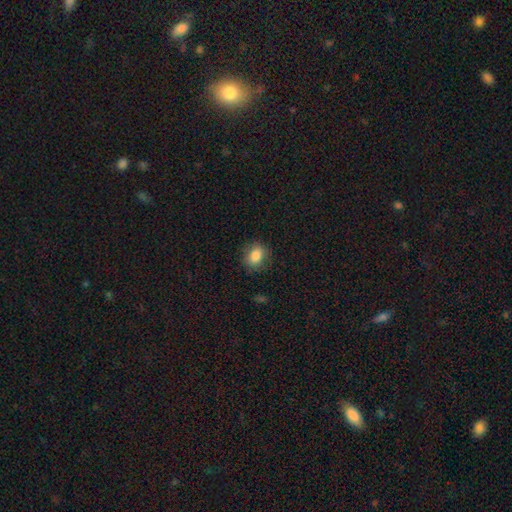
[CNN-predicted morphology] Overall: smooth (84%). How rounded: in between (51%; round 48%). Merging: none (83%).